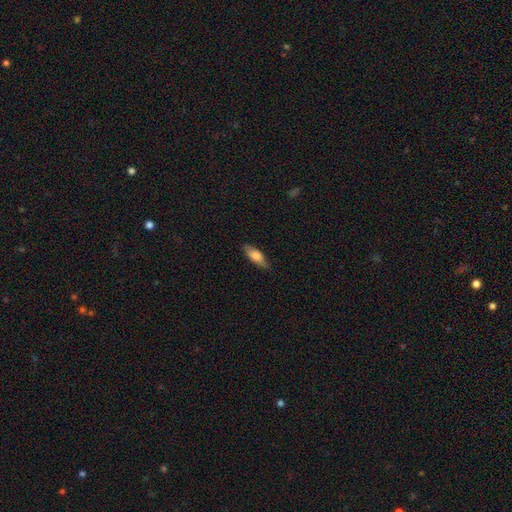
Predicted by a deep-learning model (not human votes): smooth-or-featured: smooth: 74% | featured or disk: 19% | star or artifact: 6%
  how-rounded: in between: 68% | cigar-shaped: 30% | round: 2%
  merging: none: 79% | minor disturbance: 17% | major disturbance: 3% | merger: 1%